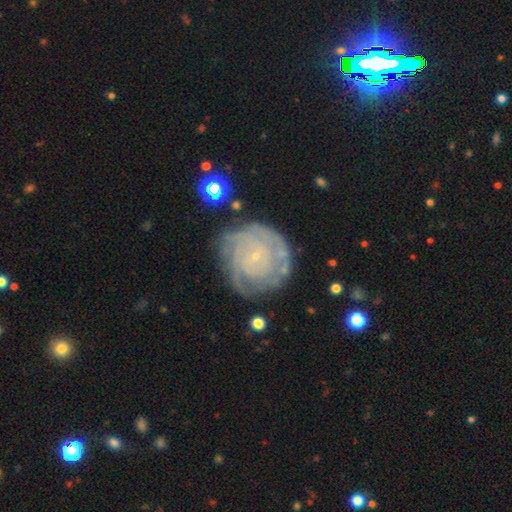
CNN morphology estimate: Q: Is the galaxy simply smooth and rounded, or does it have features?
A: featured or disk — 79%.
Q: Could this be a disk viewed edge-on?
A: no — 98%.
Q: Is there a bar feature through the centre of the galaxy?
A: no — 78%.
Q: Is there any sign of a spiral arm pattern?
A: yes — 92%.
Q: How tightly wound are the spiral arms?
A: tight — 79%.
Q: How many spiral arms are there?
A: can't tell — 39%.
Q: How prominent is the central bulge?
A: small — 87%.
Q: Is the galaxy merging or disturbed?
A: none — 70%.